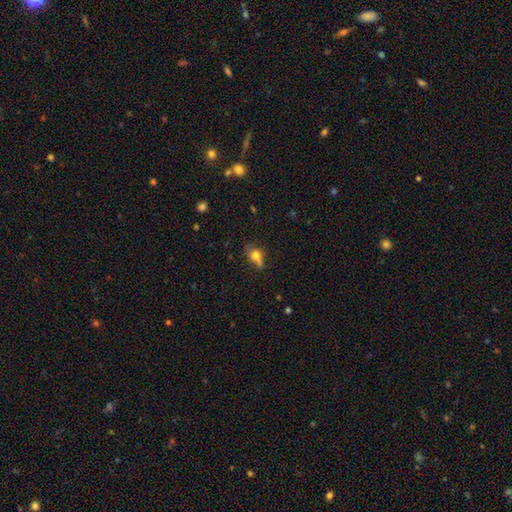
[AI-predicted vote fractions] smooth 68%, featured or disk 20%, star or artifact 12%. Down the decision tree: how rounded — in between (60%); merging — none (42%).